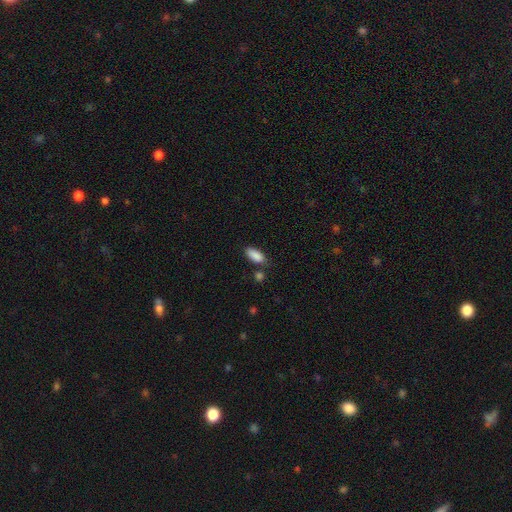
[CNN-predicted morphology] Smooth or featured? Predicted: smooth (p=0.89). How rounded? Predicted: in between (p=0.88). Merging? Predicted: none (p=0.72).